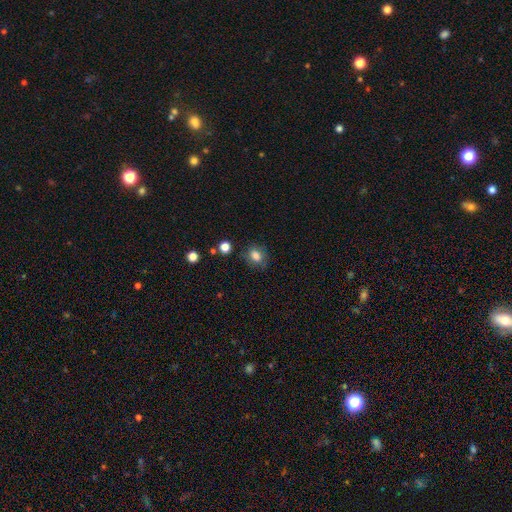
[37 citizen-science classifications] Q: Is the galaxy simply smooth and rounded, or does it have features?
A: smooth — 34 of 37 (92%).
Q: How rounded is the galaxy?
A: round — 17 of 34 (50%, tied with in between).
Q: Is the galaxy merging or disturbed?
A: none — 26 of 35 (74%).